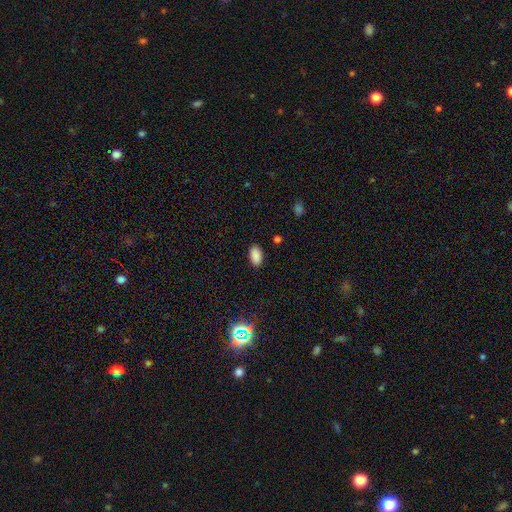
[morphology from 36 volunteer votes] Overall: smooth (89%). How rounded: in between (97%). Merging: none (97%).